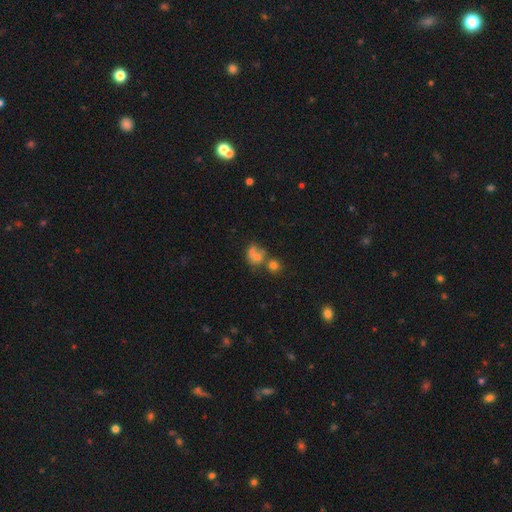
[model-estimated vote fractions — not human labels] Smooth or featured? Predicted: smooth (p=0.62). How rounded? Predicted: round (p=0.54). Merging? Predicted: merger (p=0.43).